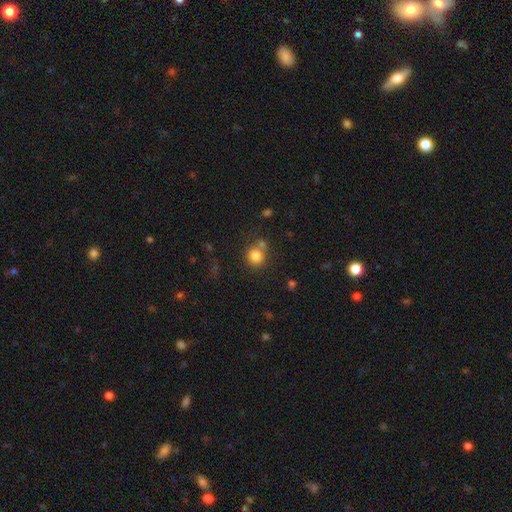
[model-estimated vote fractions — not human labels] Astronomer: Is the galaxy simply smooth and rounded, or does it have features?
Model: smooth — 81%.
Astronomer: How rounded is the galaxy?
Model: round — 89%.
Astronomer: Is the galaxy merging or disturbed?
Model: none — 63%.